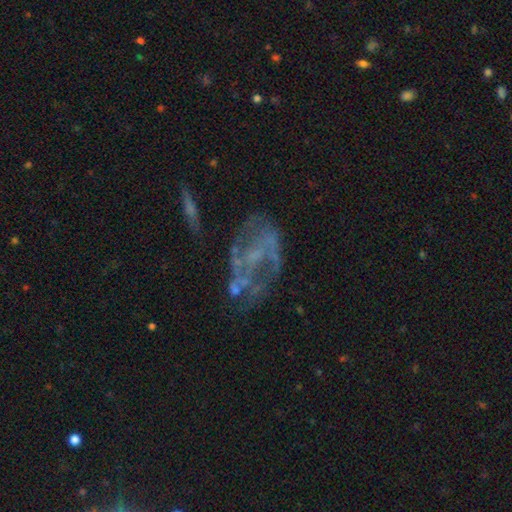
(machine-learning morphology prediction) smooth-or-featured: featured or disk: 68% | star or artifact: 17% | smooth: 14%
  disk-edge-on: no: 96% | yes: 4%
    bar: no: 66% | weak: 25% | strong: 9%
    has-spiral-arms: no: 50% (tied) | yes: 50% (tied)
    bulge-size: none: 51% | small: 35% | moderate: 11% | large: 2% | dominant: 1%
  merging: none: 47% | major disturbance: 26% | minor disturbance: 18% | merger: 9%